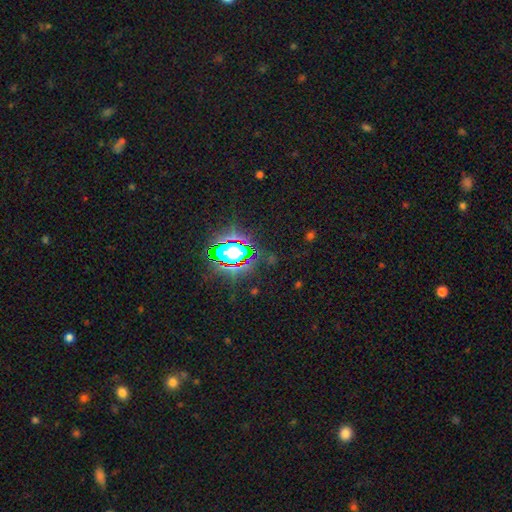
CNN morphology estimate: smooth-or-featured: star or artifact: 81% | smooth: 11% | featured or disk: 8%